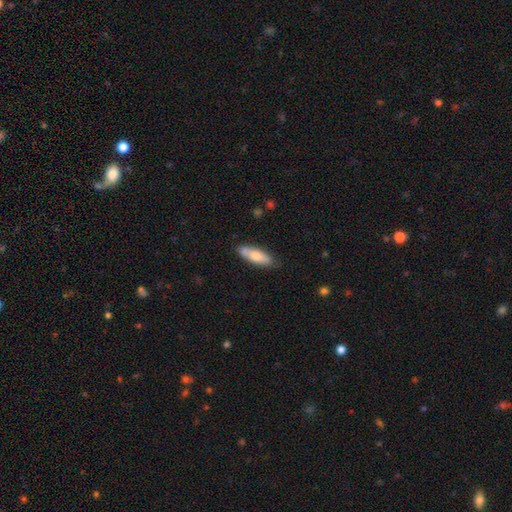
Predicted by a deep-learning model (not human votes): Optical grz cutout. It shows a smooth galaxy with no disk features (71%) that is in between round and cigar-shaped (52%). Merging: none (74%).